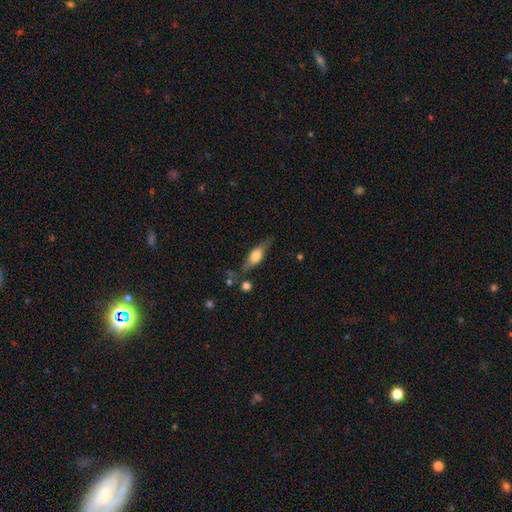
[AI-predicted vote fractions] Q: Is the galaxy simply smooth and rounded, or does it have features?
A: featured or disk — 50%.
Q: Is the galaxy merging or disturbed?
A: none — 68%.